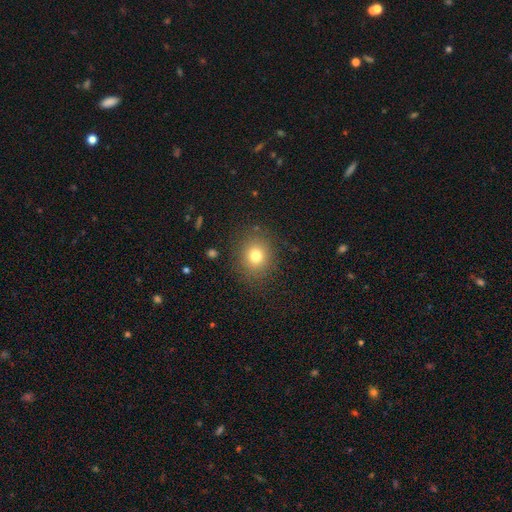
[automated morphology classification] smooth_or_featured: smooth (p=0.77) [alt: star or artifact p=0.14]
how_rounded: round (p=0.77) [alt: in between p=0.22]
merging: none (p=0.87) [alt: minor disturbance p=0.08]